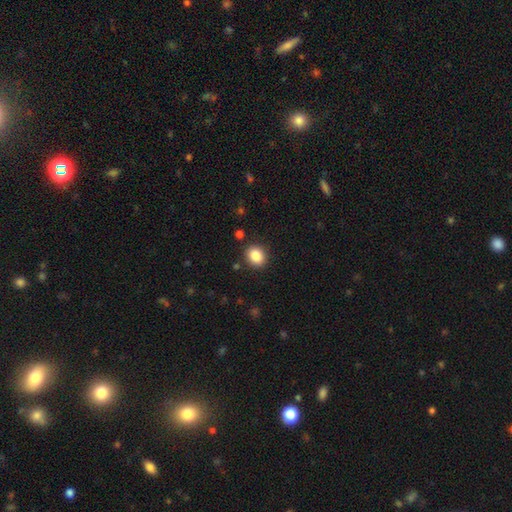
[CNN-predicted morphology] smooth 86%, star or artifact 9%, featured or disk 5%. Down the decision tree: how rounded — round (65%); merging — none (88%).